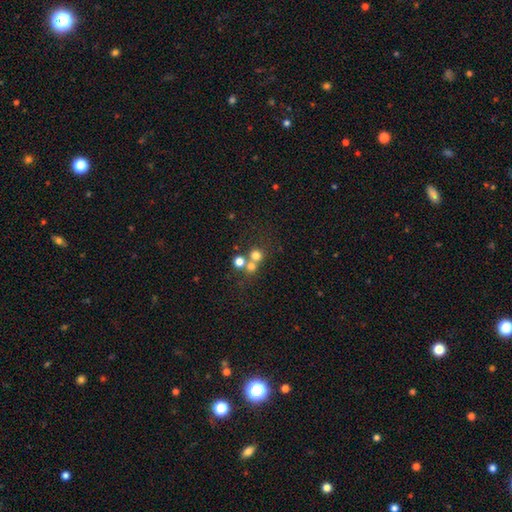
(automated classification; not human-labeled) smooth_or_featured: smooth (p=0.69) [alt: star or artifact p=0.18]
how_rounded: round (p=0.89) [alt: in between p=0.10]
merging: none (p=0.46) [alt: merger p=0.44]